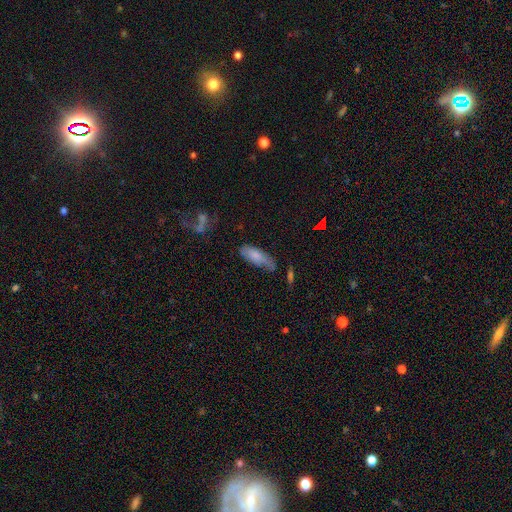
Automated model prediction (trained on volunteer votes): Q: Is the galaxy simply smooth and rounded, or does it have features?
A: smooth — 74%.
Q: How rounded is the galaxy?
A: in between — 65%.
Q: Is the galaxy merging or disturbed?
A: none — 50%.